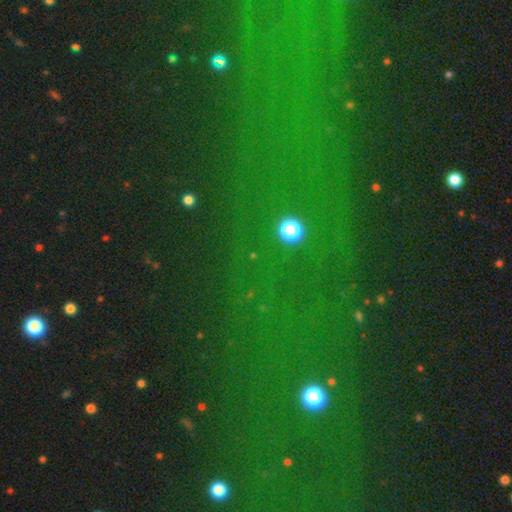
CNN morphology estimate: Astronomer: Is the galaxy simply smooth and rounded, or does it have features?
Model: star or artifact — 73%.